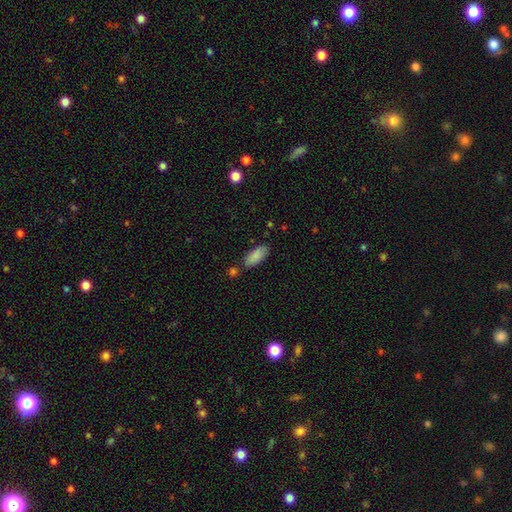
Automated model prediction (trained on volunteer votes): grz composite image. It shows a smooth galaxy with no disk features (86%) that is in between round and cigar-shaped (81%). Merging: none (77%).